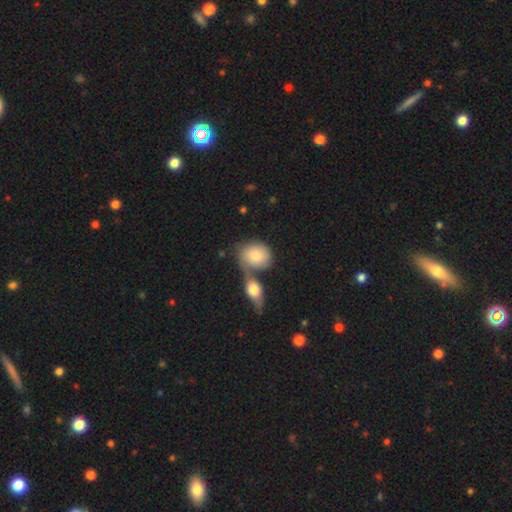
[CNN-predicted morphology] type=smooth (71%); roundness=in between (56%); merging=merger (57%).